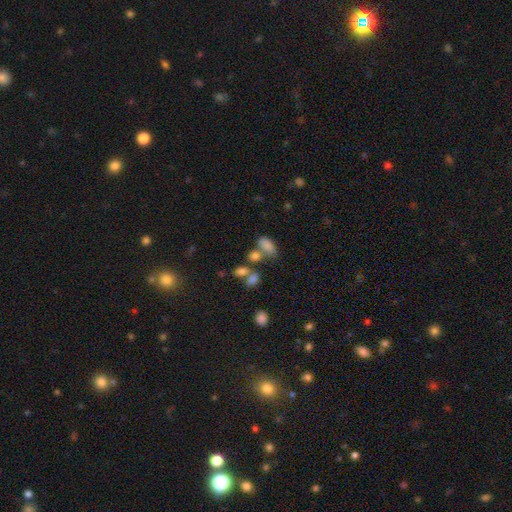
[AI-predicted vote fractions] Overall: smooth (65%). How rounded: in between (76%). Merging: none (42%; merger 36%).